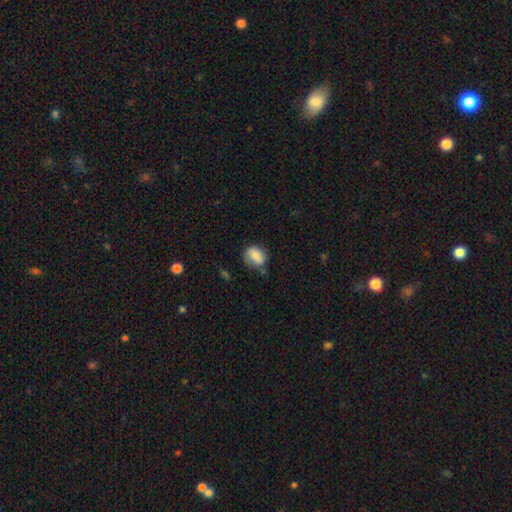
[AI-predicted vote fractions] A smooth galaxy with no disk features (79%) that is in between round and cigar-shaped (63%).

Vote fractions:
- Smooth or featured? smooth: 79% / featured or disk: 13% / star or artifact: 8%
- How rounded? in between: 63% / round: 35% / cigar-shaped: 2%
- Merging? none: 59% / minor disturbance: 28% / major disturbance: 9% / merger: 4%